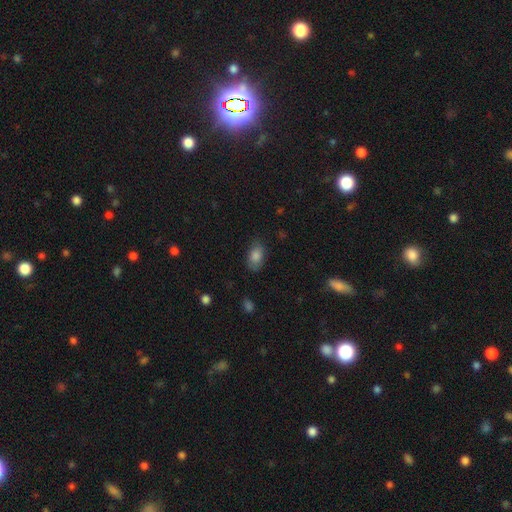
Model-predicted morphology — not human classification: smooth_or_featured: smooth (p=0.83) [alt: featured or disk p=0.09]
how_rounded: in between (p=0.90) [alt: round p=0.08]
merging: none (p=0.77) [alt: minor disturbance p=0.18]